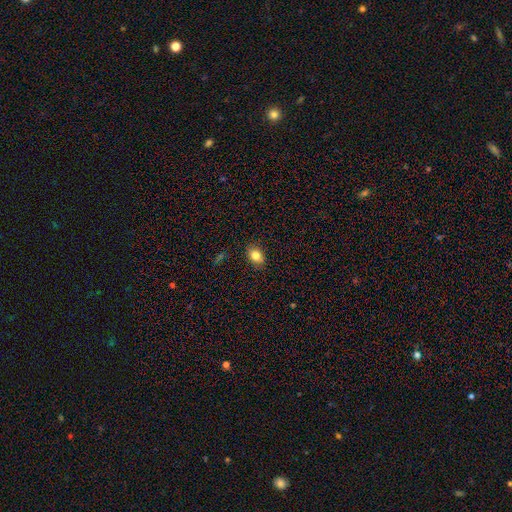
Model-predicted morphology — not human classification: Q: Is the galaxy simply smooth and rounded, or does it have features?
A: smooth — 81%.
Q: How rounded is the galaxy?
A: in between — 72%.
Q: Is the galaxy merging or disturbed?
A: none — 87%.